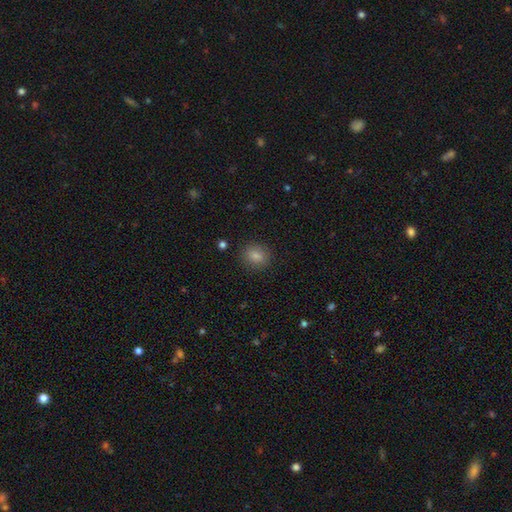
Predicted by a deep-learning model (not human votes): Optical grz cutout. It shows a smooth galaxy with no disk features (80%) that is round (74%). Merging: none (90%).